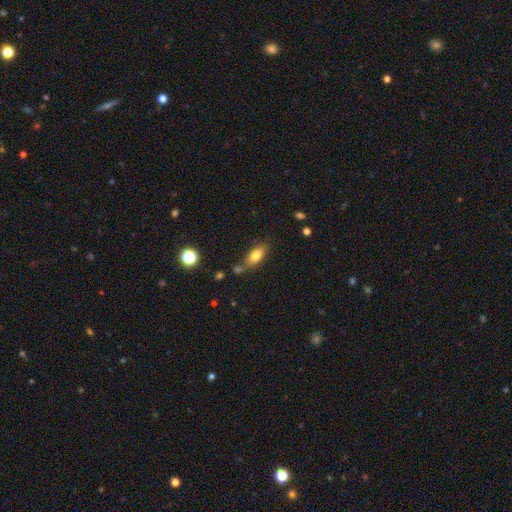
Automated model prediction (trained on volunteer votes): smooth_or_featured: smooth (p=0.78) [alt: featured or disk p=0.13]
how_rounded: in between (p=0.84) [alt: cigar-shaped p=0.10]
merging: none (p=0.65) [alt: minor disturbance p=0.17]